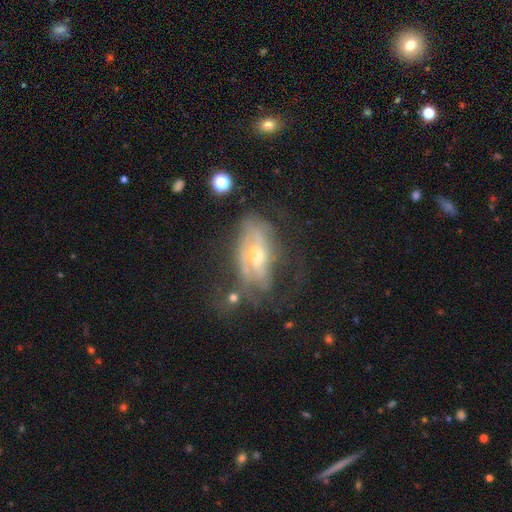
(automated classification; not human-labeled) Smooth or featured?
  - featured or disk: 71% *
  - smooth: 19%
  - star or artifact: 9%
Edge-on disk?
  - no: 85% *
  - yes: 15%
Bar?
  - no: 64% *
  - weak: 26%
  - strong: 10%
Spiral arms?
  - yes: 63% *
  - no: 37%
Bulge size?
  - moderate: 59% *
  - small: 34%
  - large: 4%
  - none: 1%
  - dominant: 1%
Merging?
  - none: 39% *
  - major disturbance: 31%
  - minor disturbance: 23%
  - merger: 6%